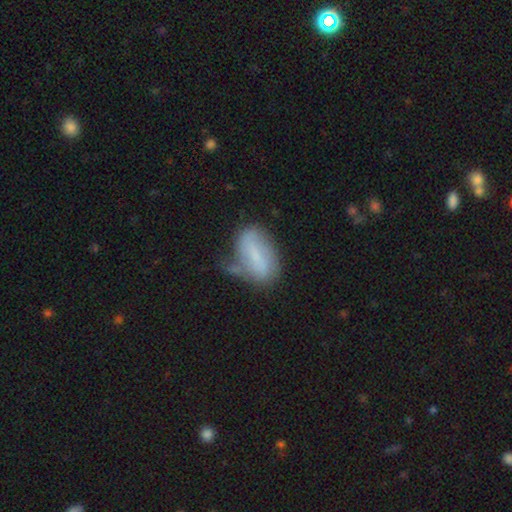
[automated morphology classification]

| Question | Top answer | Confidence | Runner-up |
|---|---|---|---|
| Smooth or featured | smooth | 50% | featured or disk (41%) |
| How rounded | in between | 87% | cigar-shaped (8%) |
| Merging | none | 43% | minor disturbance (33%) |